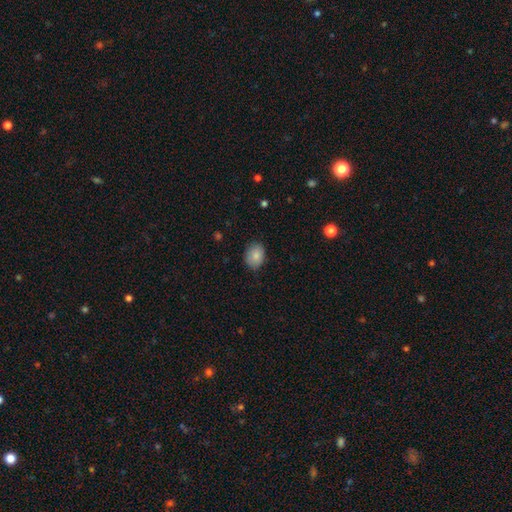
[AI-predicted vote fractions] This appears to be a smooth galaxy with no disk features (85%) that is in between round and cigar-shaped (64%). Merging: none (80%).